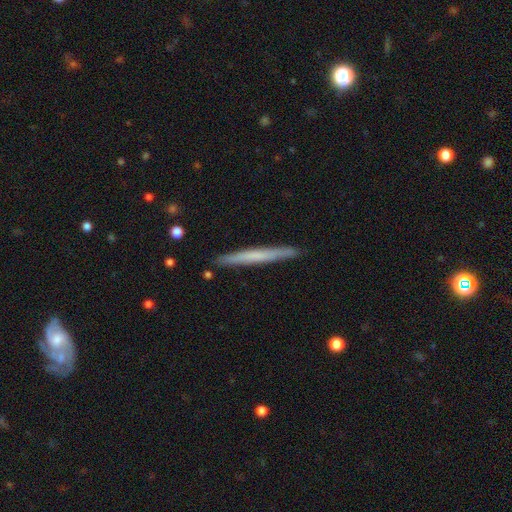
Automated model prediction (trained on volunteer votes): Smooth or featured?
  - smooth: 54% *
  - featured or disk: 41%
  - star or artifact: 5%
How rounded?
  - cigar-shaped: 97% *
  - in between: 2%
  - round: 1%
Merging?
  - none: 91% *
  - minor disturbance: 7%
  - merger: 1%
  - major disturbance: 1%